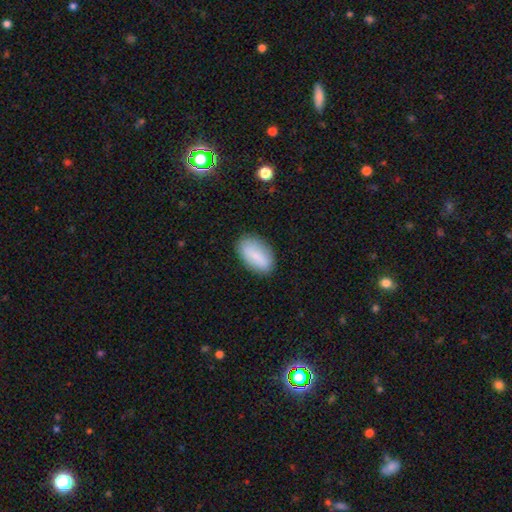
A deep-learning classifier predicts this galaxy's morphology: A smooth galaxy with no disk features (82%) that is in between round and cigar-shaped (92%). Merging: none (83%).